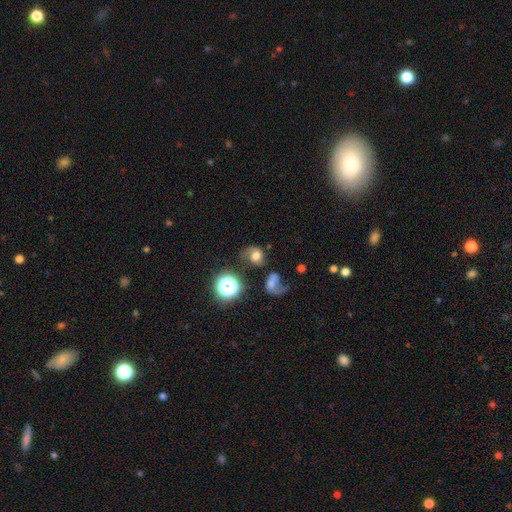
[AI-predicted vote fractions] Q: Smooth or featured?
A: smooth (54%); runner-up: featured or disk (30%)
Q: How rounded?
A: round (54%); runner-up: in between (45%)
Q: Merging?
A: none (33%); runner-up: major disturbance (31%)